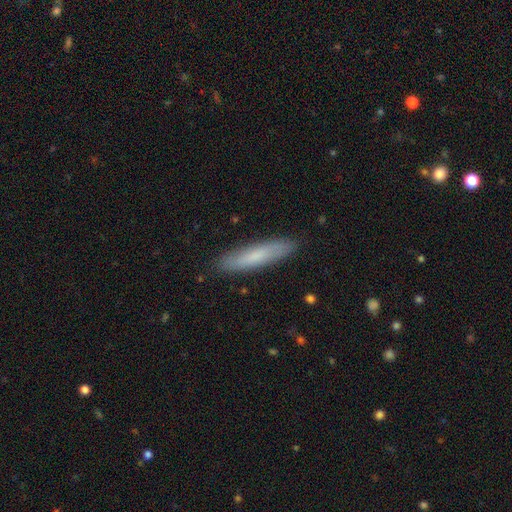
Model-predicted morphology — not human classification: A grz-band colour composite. It shows a smooth galaxy with no disk features (72%) that is cigar-shaped (86%). Merging: none (88%).